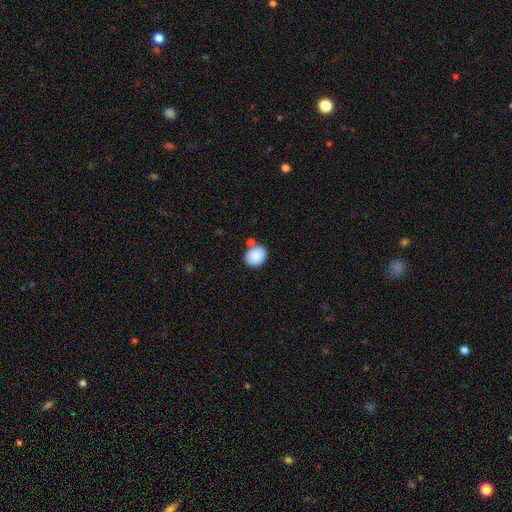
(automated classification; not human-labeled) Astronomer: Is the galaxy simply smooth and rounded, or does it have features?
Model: smooth — 88%.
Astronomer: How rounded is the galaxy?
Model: round — 50% (runner-up: in between, 49%).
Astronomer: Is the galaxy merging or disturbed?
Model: none — 69%.